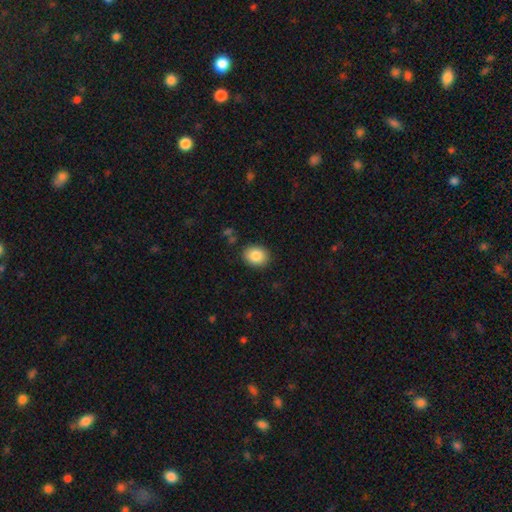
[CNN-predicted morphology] smooth_or_featured: smooth (p=0.86) [alt: star or artifact p=0.08]
how_rounded: round (p=0.51) [alt: in between p=0.48]
merging: none (p=0.88) [alt: minor disturbance p=0.08]